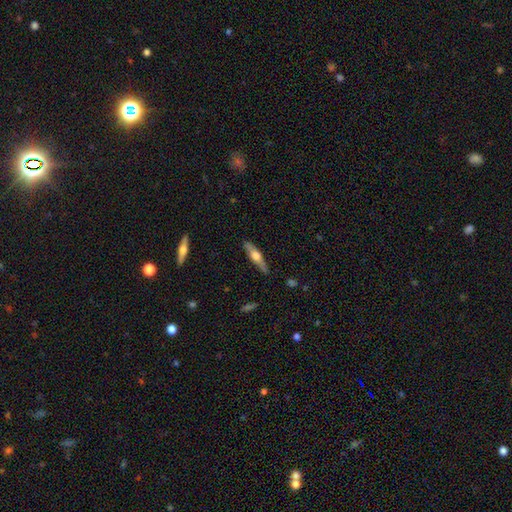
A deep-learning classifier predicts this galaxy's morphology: featured or disk 59%, smooth 35%, star or artifact 5%. Down the decision tree: edge-on disk — yes (94%); edge-on bulge — rounded (90%); merging — none (86%).